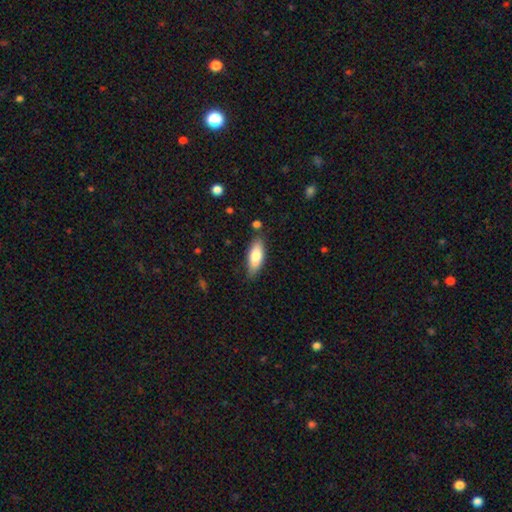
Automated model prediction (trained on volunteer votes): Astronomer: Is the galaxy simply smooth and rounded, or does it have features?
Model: smooth — 75%.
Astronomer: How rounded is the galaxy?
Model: in between — 67%.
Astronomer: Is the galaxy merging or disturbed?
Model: none — 77%.